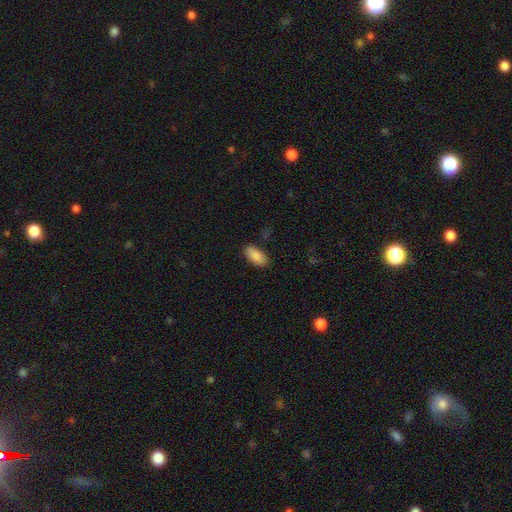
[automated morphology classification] Q: Smooth or featured?
A: smooth (89%); runner-up: star or artifact (6%)
Q: How rounded?
A: in between (88%); runner-up: cigar-shaped (10%)
Q: Merging?
A: none (86%); runner-up: minor disturbance (10%)